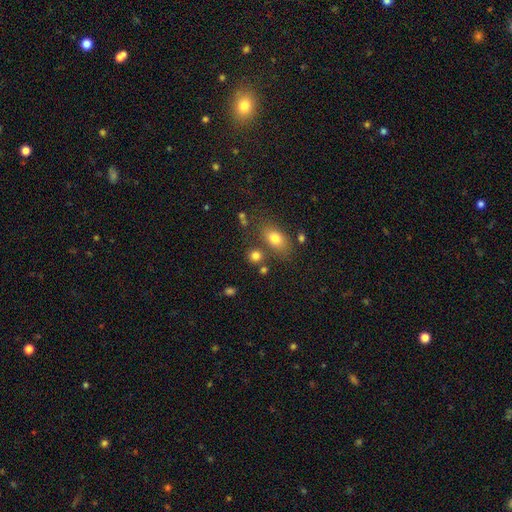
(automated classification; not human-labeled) The model was most divided on "how rounded": round: 64%, in between: 34%, cigar-shaped: 2%. More confident: smooth or featured — smooth (80%); merging — none (70%).